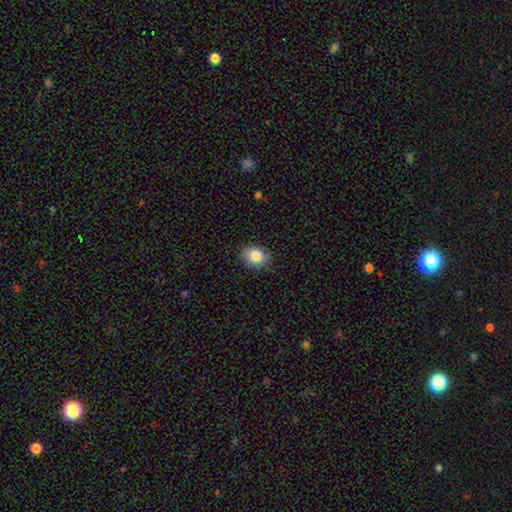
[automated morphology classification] This appears to be a smooth galaxy with no disk features (86%) that is in between round and cigar-shaped (63%). Merging: none (83%).